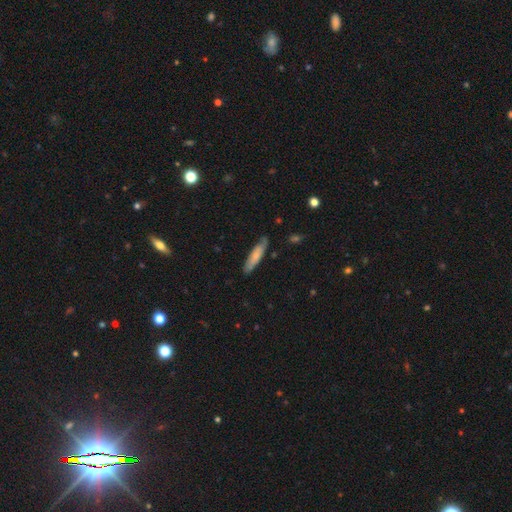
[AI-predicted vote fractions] A smooth galaxy with no disk features (67%) that is cigar-shaped (78%).

Vote fractions:
- Smooth or featured? smooth: 67% / featured or disk: 28% / star or artifact: 6%
- How rounded? cigar-shaped: 78% / in between: 21% / round: 1%
- Merging? none: 79% / minor disturbance: 17% / major disturbance: 3% / merger: 2%